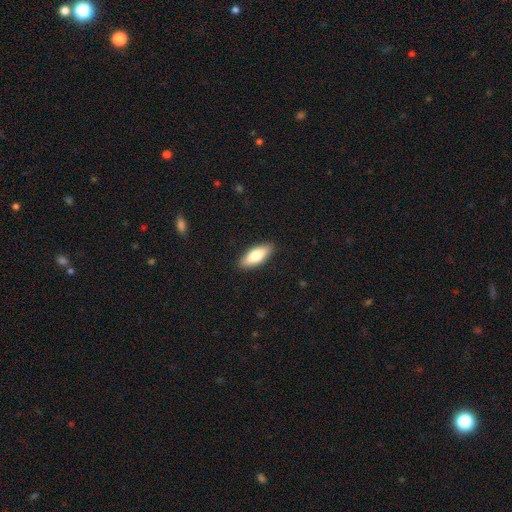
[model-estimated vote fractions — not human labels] Smooth or featured?
  - smooth: 74% *
  - featured or disk: 20%
  - star or artifact: 6%
How rounded?
  - in between: 73% *
  - cigar-shaped: 25%
  - round: 2%
Merging?
  - none: 89% *
  - minor disturbance: 8%
  - major disturbance: 2%
  - merger: 1%